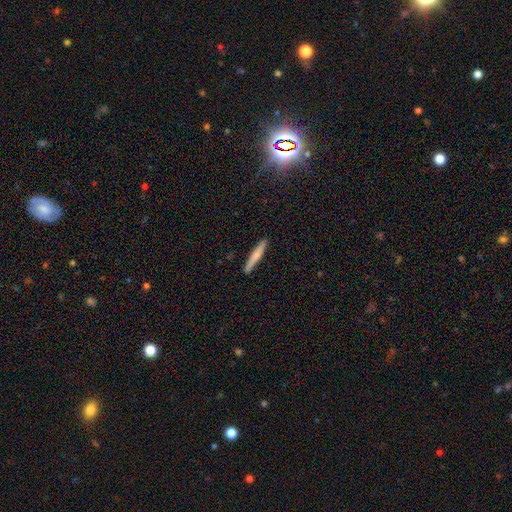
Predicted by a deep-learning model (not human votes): Smooth or featured?
  - smooth: 65% *
  - featured or disk: 30%
  - star or artifact: 6%
How rounded?
  - cigar-shaped: 95% *
  - in between: 3%
  - round: 1%
Merging?
  - none: 90% *
  - minor disturbance: 7%
  - major disturbance: 1%
  - merger: 1%